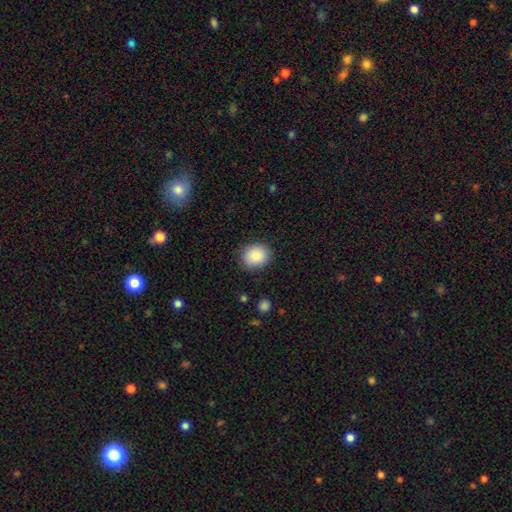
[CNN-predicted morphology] Overall: smooth (87%). How rounded: round (66%; in between 33%). Merging: none (88%).